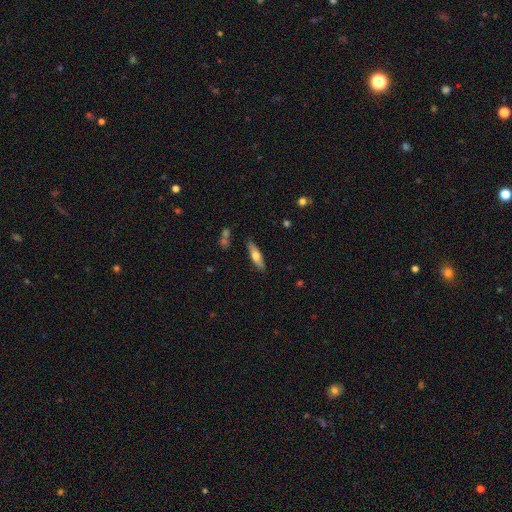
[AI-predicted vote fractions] This is possibly a smooth galaxy (59%). How rounded: likely cigar-shaped (67%). Merging: clearly none (83%).